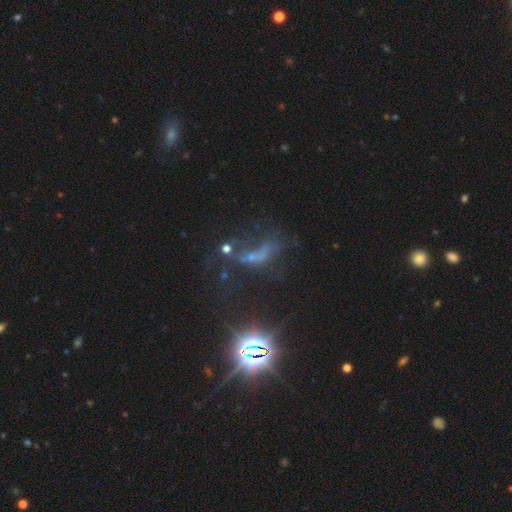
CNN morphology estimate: This is marginally a star or artifact rather than a galaxy (41%).